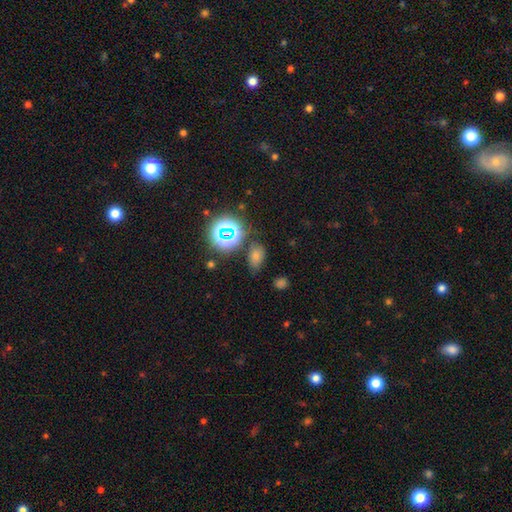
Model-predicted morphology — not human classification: type=smooth (53%); roundness=in between (71%); merging=none (78%).